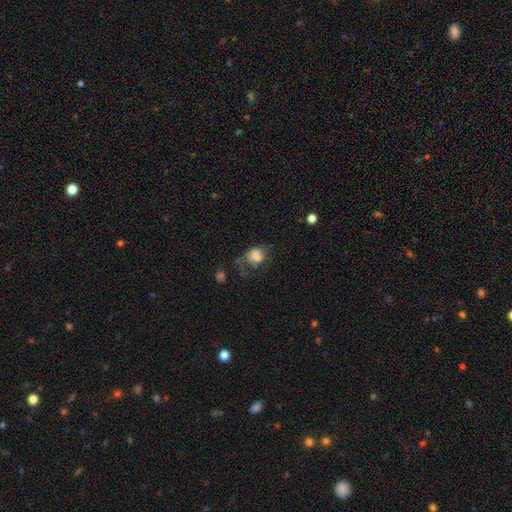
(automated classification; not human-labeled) smooth 68%, featured or disk 21%, star or artifact 12%. Down the decision tree: how rounded — in between (54%); merging — major disturbance (43%).